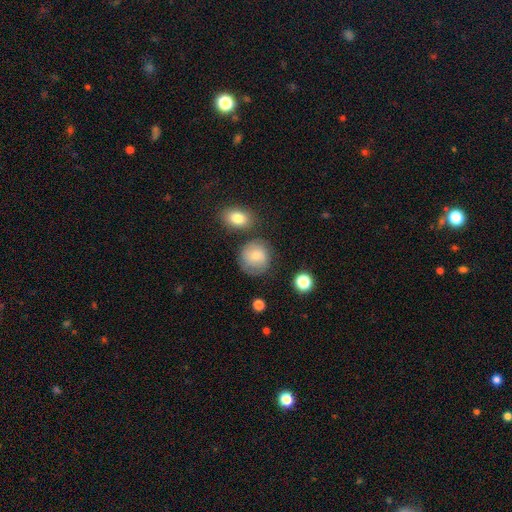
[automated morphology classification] smooth 75%, featured or disk 16%, star or artifact 9%. Down the decision tree: how rounded — round (86%); merging — none (68%).